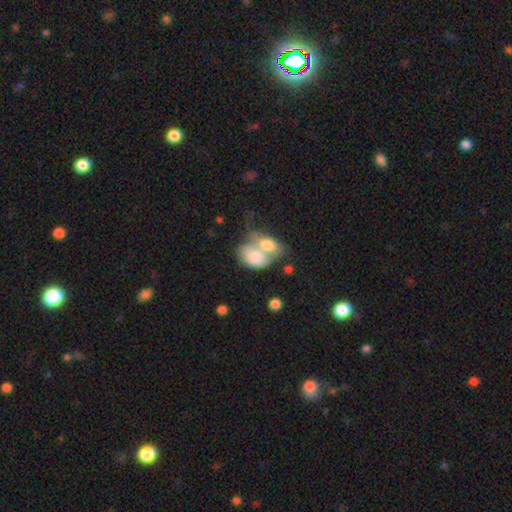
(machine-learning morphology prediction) Smooth or featured: smooth — 69% (featured or disk — 24%)
How rounded: in between — 79% (round — 20%)
Merging: merger — 74% (none — 11%)